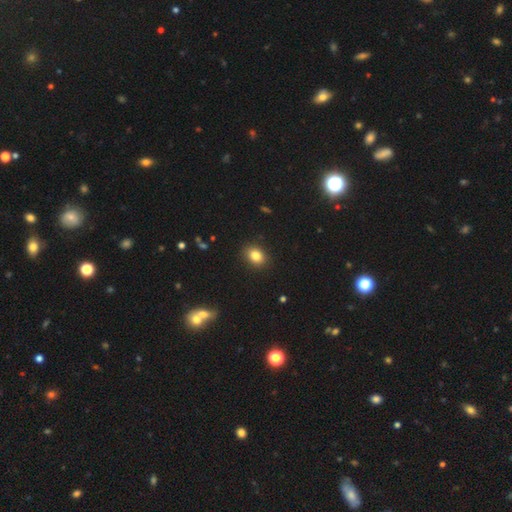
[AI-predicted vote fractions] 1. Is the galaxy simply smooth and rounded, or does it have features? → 84% smooth, 10% star or artifact, 6% featured or disk.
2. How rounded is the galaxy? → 59% in between, 40% round, 1% cigar-shaped.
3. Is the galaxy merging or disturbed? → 89% none, 8% minor disturbance, 2% major disturbance, 1% merger.